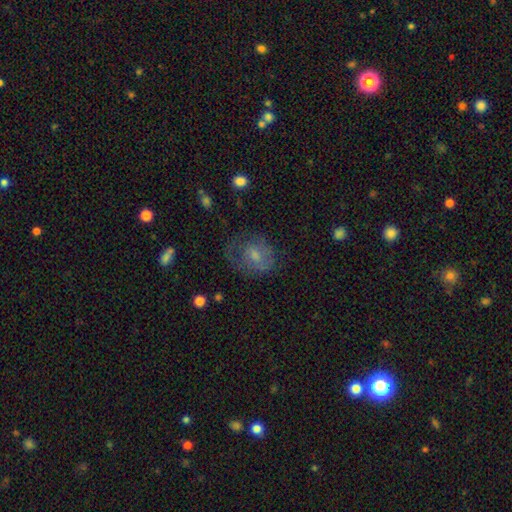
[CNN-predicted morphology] This is possibly a smooth galaxy (50%). How rounded: possibly round (53%). Merging: possibly none (46%).